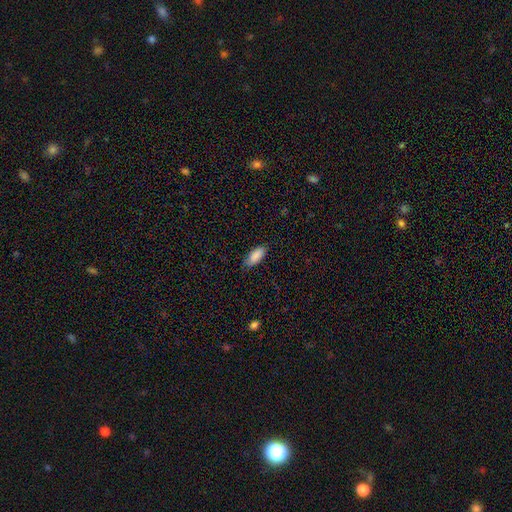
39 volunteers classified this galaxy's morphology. Smooth or featured: smooth — 82% (featured or disk — 15%)
How rounded: in between — 94% (round — 3%)
Merging: none — 82% (minor disturbance — 16%)